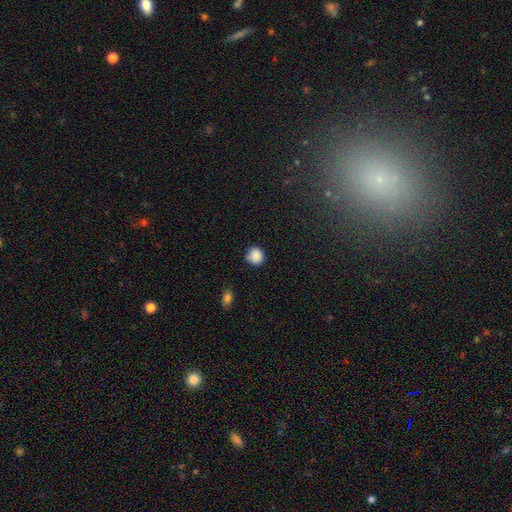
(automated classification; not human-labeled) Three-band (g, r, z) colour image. It shows a smooth galaxy with no disk features (88%) that is round (85%). Merging: none (77%).